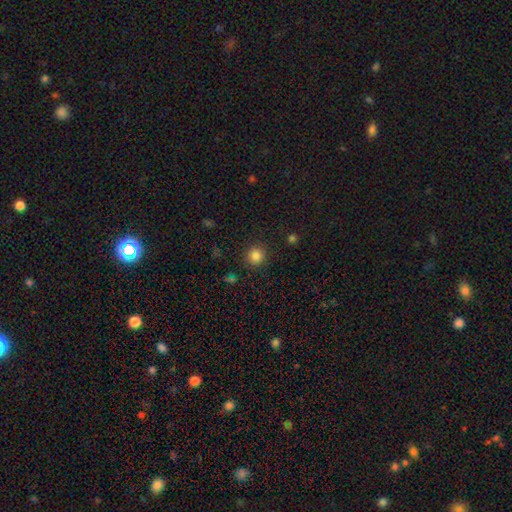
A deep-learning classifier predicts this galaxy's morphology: This appears to be a smooth galaxy with no disk features (85%) that is round (93%). Merging: none (90%).